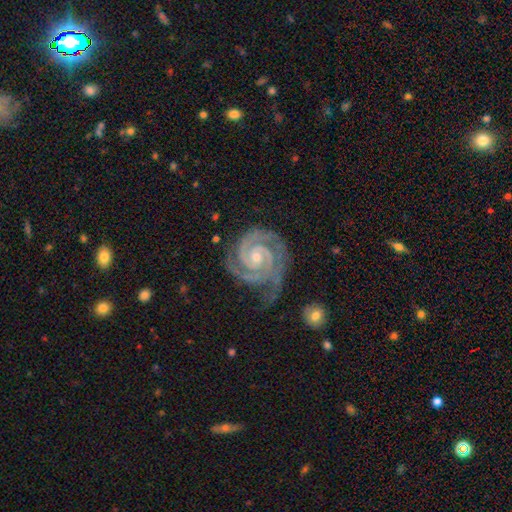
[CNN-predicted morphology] Smooth or featured?
  - featured or disk: 94% *
  - star or artifact: 4%
  - smooth: 2%
Edge-on disk?
  - no: 98% *
  - yes: 2%
Bar?
  - no: 59% *
  - weak: 29%
  - strong: 11%
Spiral arms?
  - yes: 99% *
  - no: 1%
Spiral winding?
  - tight: 80% *
  - medium: 18%
  - loose: 2%
Spiral arm count?
  - 2: 72% *
  - 3: 18%
  - can't tell: 3%
  - 4: 2%
  - 1: 2%
  - more than 4: 2%
Bulge size?
  - small: 58% *
  - moderate: 37%
  - none: 3%
  - large: 1%
  - dominant: 1%
Merging?
  - none: 69% *
  - minor disturbance: 21%
  - major disturbance: 8%
  - merger: 3%